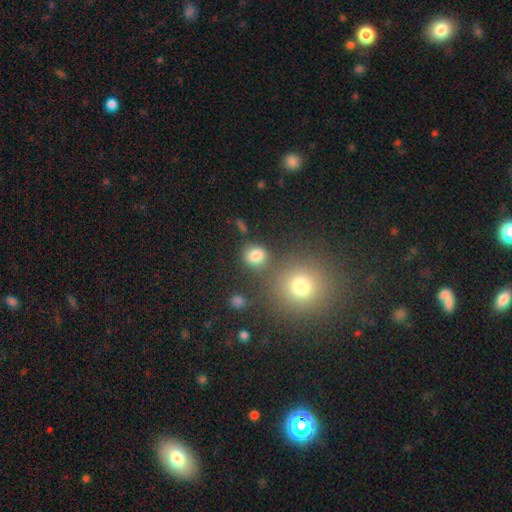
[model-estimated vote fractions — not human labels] Smooth or featured? Predicted: smooth (p=0.80). How rounded? Predicted: round (p=0.74). Merging? Predicted: none (p=0.72).